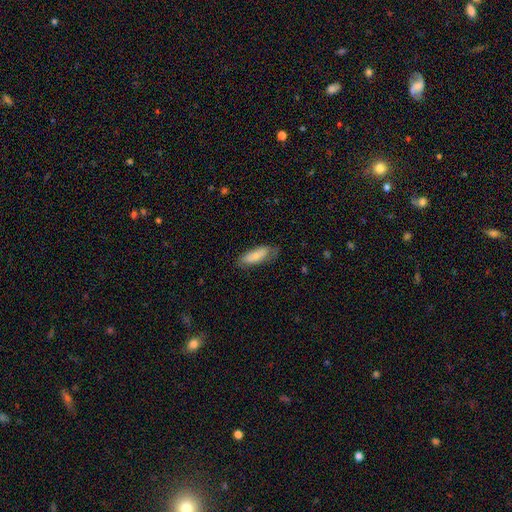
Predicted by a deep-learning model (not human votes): Smooth or featured: smooth — 77% (featured or disk — 17%)
How rounded: in between — 63% (cigar-shaped — 35%)
Merging: none — 68% (minor disturbance — 24%)